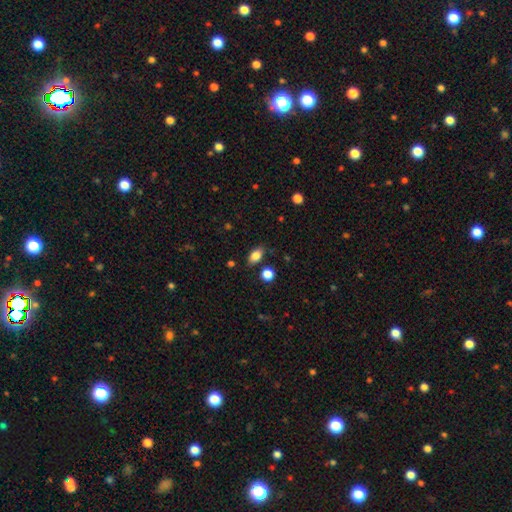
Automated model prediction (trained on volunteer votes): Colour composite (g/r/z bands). It shows a smooth galaxy with no disk features (84%) that is in between round and cigar-shaped (84%). Merging: none (80%).